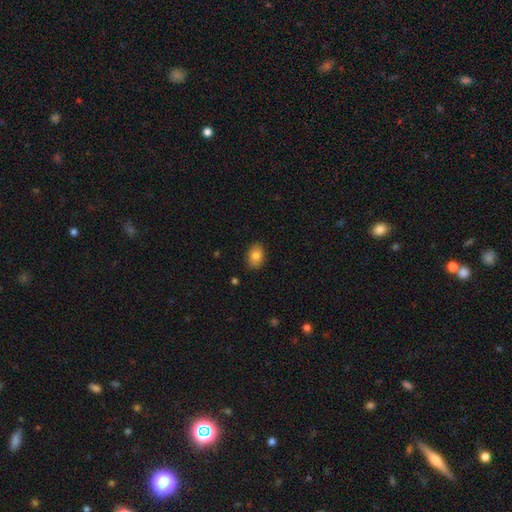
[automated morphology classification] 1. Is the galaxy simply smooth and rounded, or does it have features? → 83% smooth, 9% featured or disk, 8% star or artifact.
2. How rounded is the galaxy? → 82% in between, 17% round, 1% cigar-shaped.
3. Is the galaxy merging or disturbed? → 87% none, 10% minor disturbance, 2% major disturbance, 1% merger.